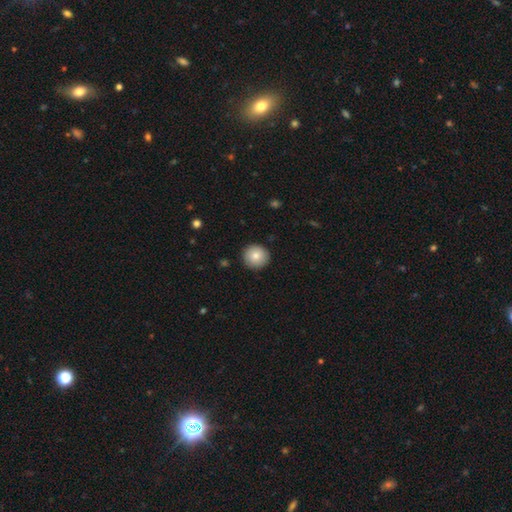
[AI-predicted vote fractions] Smooth or featured?
  - smooth: 81% *
  - featured or disk: 11%
  - star or artifact: 8%
How rounded?
  - round: 95% *
  - in between: 4%
  - cigar-shaped: 1%
Merging?
  - none: 90% *
  - minor disturbance: 7%
  - major disturbance: 2%
  - merger: 1%